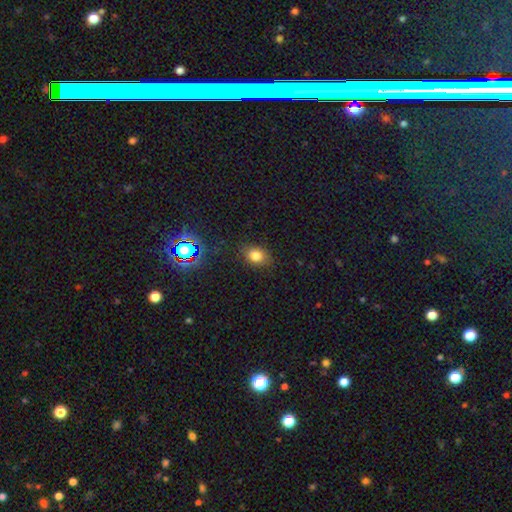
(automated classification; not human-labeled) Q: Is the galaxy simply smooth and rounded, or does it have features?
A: smooth — 77%.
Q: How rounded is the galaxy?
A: in between — 62%.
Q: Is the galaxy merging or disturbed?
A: none — 82%.